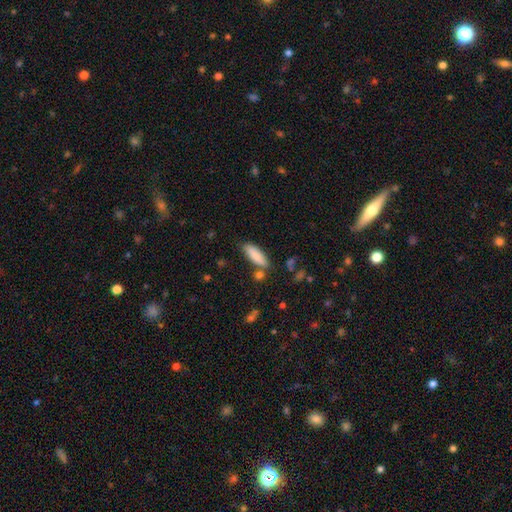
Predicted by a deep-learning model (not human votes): Smooth or featured? Predicted: smooth (p=0.85). How rounded? Predicted: in between (p=0.54). Merging? Predicted: none (p=0.76).